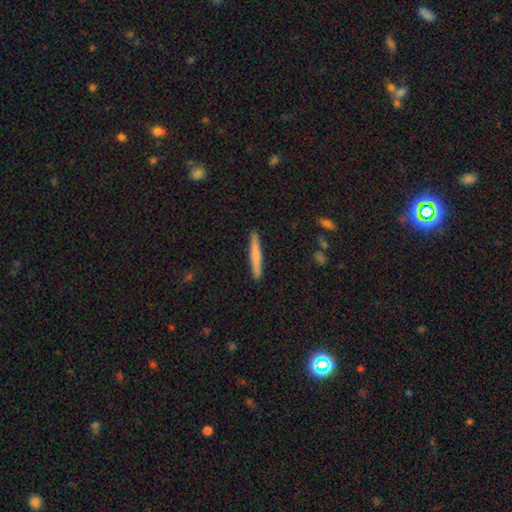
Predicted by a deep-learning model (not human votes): Smooth or featured: smooth — 69% (featured or disk — 25%)
How rounded: cigar-shaped — 96% (in between — 3%)
Merging: none — 91% (minor disturbance — 6%)